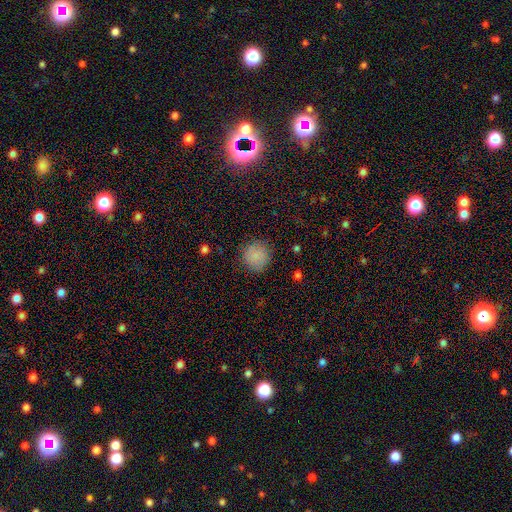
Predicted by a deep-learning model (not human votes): Smooth or featured?
  - smooth: 84% *
  - star or artifact: 10%
  - featured or disk: 6%
How rounded?
  - round: 92% *
  - in between: 7%
  - cigar-shaped: 1%
Merging?
  - none: 86% *
  - minor disturbance: 10%
  - major disturbance: 3%
  - merger: 1%